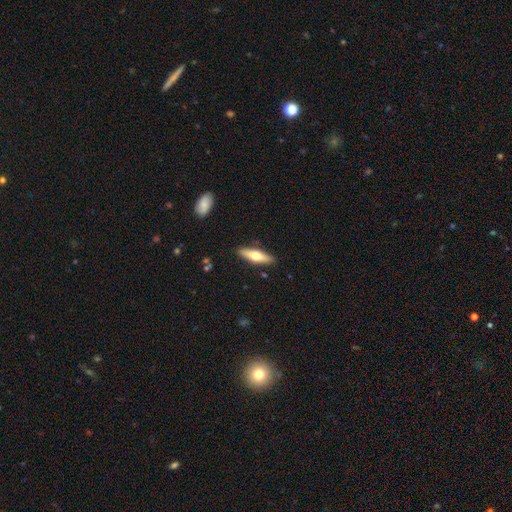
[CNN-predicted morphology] smooth_or_featured: smooth (p=0.49) [alt: featured or disk p=0.46]
merging: none (p=0.88) [alt: minor disturbance p=0.09]